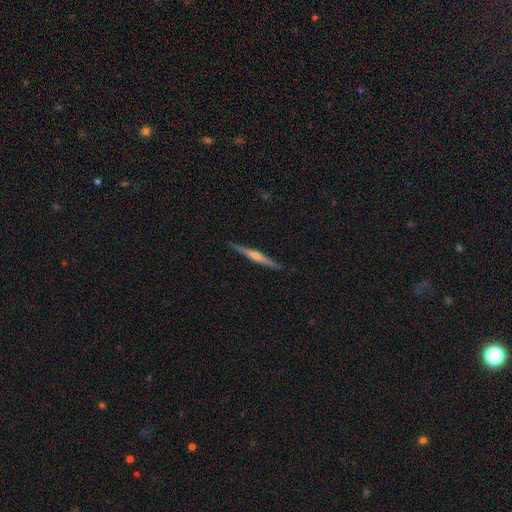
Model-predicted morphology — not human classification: Smooth or featured?
  - featured or disk: 74% *
  - smooth: 20%
  - star or artifact: 6%
Edge-on disk?
  - yes: 98% *
  - no: 2%
Edge-on bulge?
  - rounded: 77% *
  - none: 13%
  - boxy: 10%
Merging?
  - none: 91% *
  - minor disturbance: 7%
  - major disturbance: 1%
  - merger: 1%